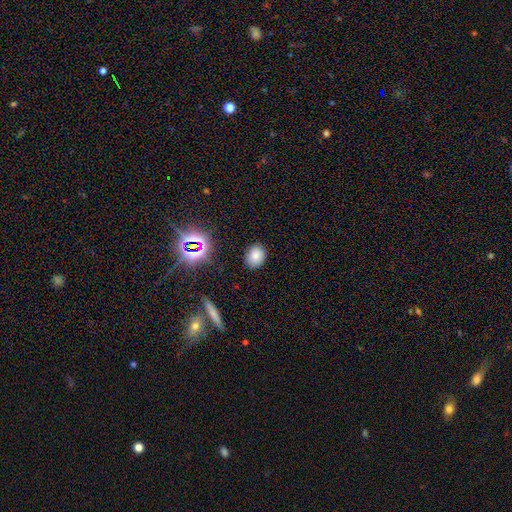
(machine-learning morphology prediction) smooth-or-featured: smooth: 78% | star or artifact: 15% | featured or disk: 7%
  how-rounded: in between: 53% | round: 46% | cigar-shaped: 1%
  merging: none: 87% | minor disturbance: 9% | major disturbance: 3% | merger: 1%